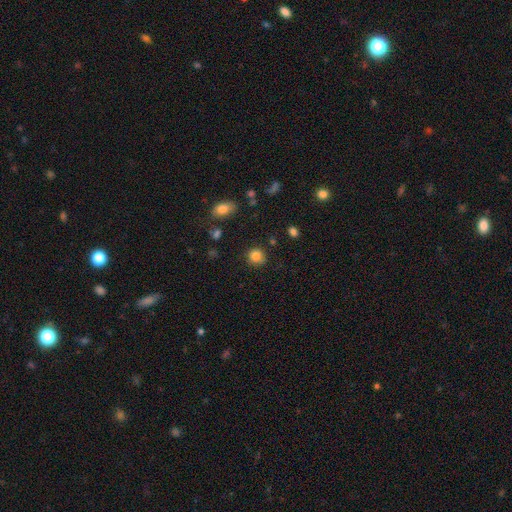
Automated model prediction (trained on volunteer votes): A smooth galaxy with no disk features (84%) that is round (88%). Merging: none (84%).